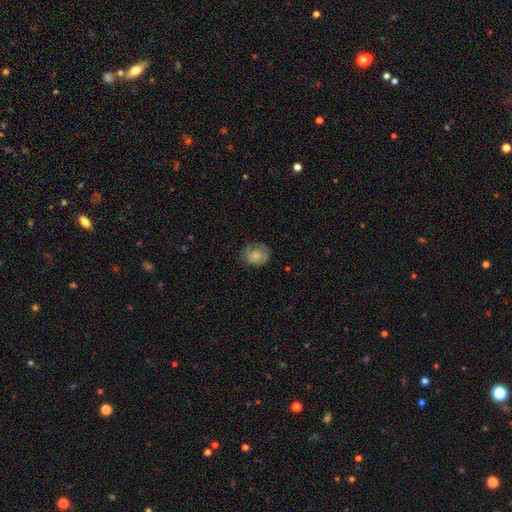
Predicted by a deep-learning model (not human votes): Smooth or featured? Predicted: smooth (p=0.71). How rounded? Predicted: round (p=0.58). Merging? Predicted: none (p=0.59).